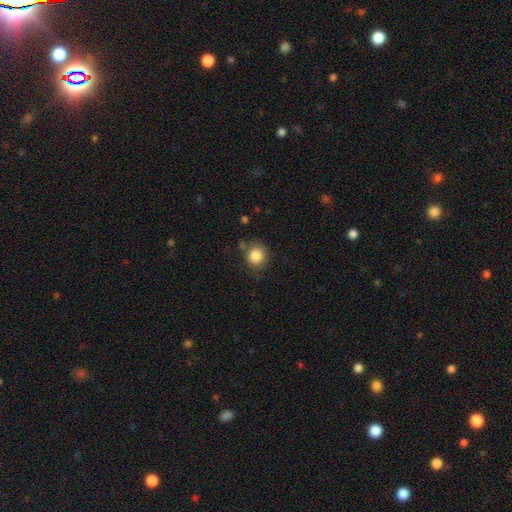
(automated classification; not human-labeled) A smooth galaxy with no disk features (85%) that is round (87%).

Vote fractions:
- Smooth or featured? smooth: 85% / star or artifact: 10% / featured or disk: 5%
- How rounded? round: 87% / in between: 13% / cigar-shaped: 1%
- Merging? none: 77% / minor disturbance: 14% / merger: 5% / major disturbance: 4%